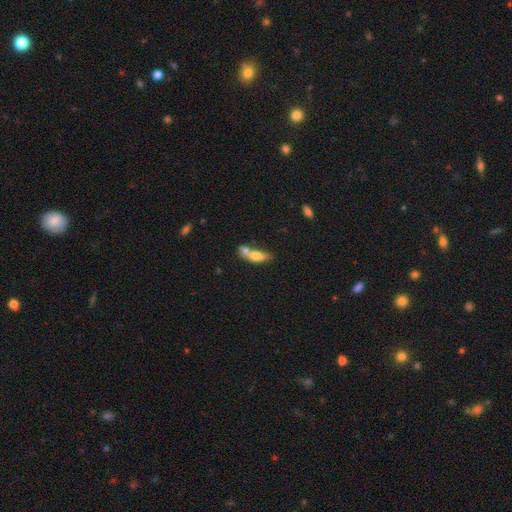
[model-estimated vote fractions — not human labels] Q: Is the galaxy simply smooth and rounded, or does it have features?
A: smooth — 68%.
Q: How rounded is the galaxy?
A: in between — 66%.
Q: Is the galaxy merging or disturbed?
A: merger — 59%.